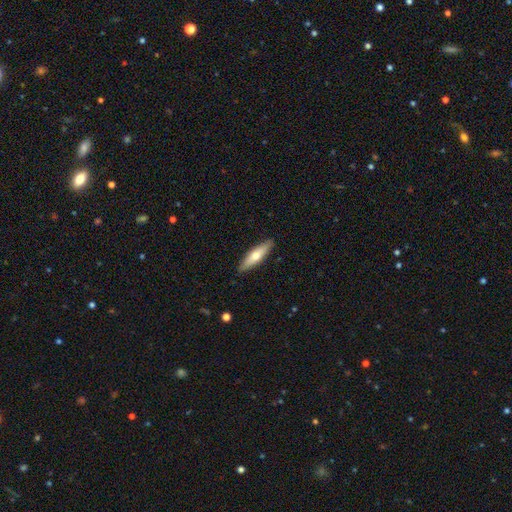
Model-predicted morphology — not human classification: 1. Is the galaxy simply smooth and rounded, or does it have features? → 57% smooth, 38% featured or disk, 6% star or artifact.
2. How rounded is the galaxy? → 73% cigar-shaped, 25% in between, 2% round.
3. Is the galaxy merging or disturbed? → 88% none, 9% minor disturbance, 2% major disturbance, 1% merger.